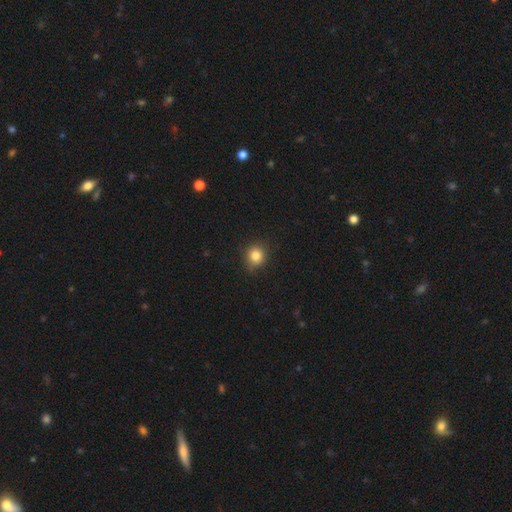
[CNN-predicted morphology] Smooth or featured: smooth — 83% (star or artifact — 11%)
How rounded: round — 86% (in between — 13%)
Merging: none — 85% (minor disturbance — 11%)